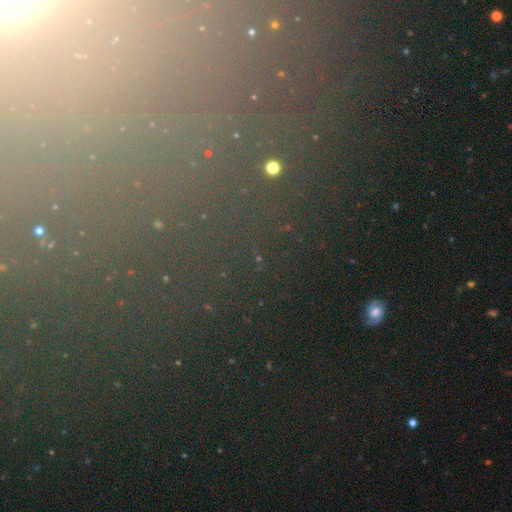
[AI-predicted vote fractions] Overall: star or artifact (72%).